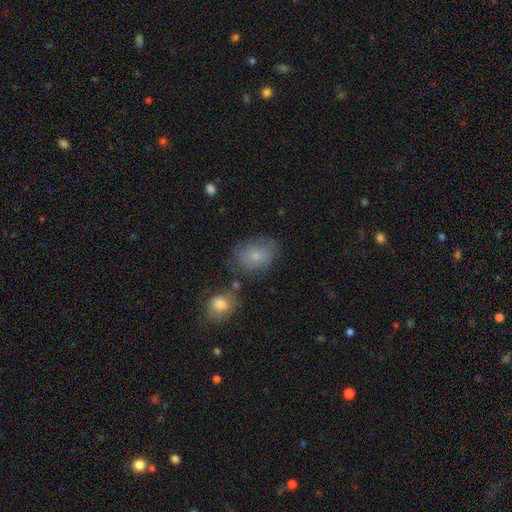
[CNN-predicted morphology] This appears to be a smooth galaxy with no disk features (74%) that is in between round and cigar-shaped (64%). Merging: none (63%).